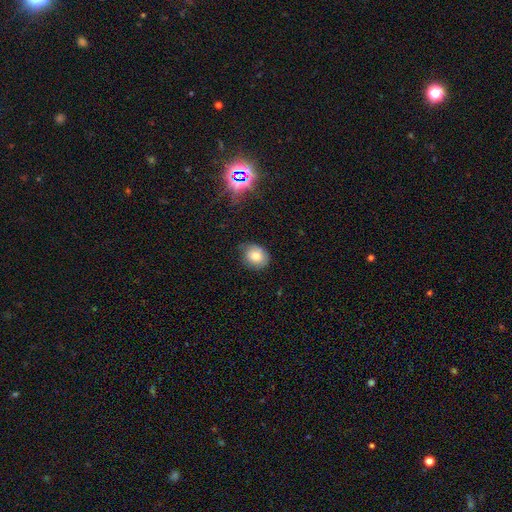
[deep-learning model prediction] Smooth or featured? smooth (75%)
How rounded? round (55%)
Merging? none (65%)